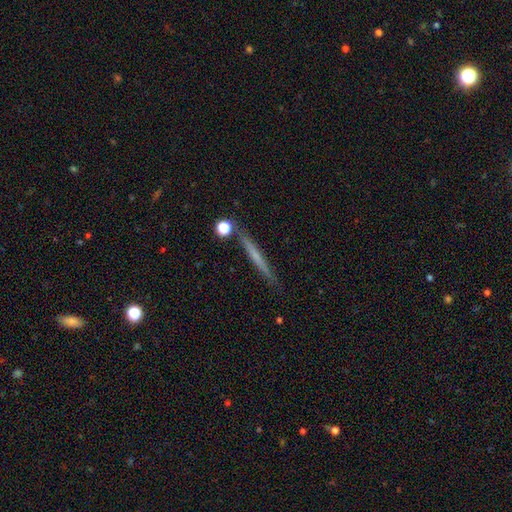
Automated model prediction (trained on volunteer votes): smooth 47%, featured or disk 46%, star or artifact 8%. Down the decision tree: merging — none (84%).